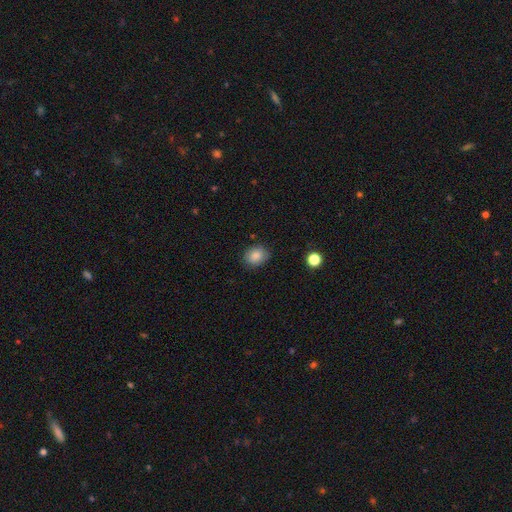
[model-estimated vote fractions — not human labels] smooth-or-featured: smooth: 84% | star or artifact: 9% | featured or disk: 7%
  how-rounded: in between: 51% | round: 48% | cigar-shaped: 1%
  merging: none: 81% | minor disturbance: 15% | major disturbance: 3% | merger: 1%